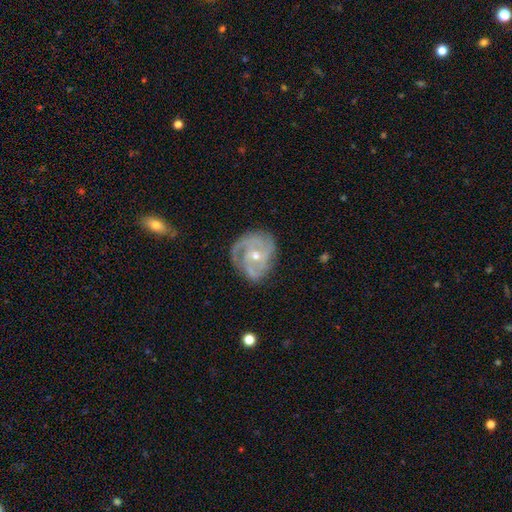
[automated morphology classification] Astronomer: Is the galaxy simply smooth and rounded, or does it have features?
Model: featured or disk — 87%.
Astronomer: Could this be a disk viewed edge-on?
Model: no — 97%.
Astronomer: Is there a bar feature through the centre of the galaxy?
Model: no — 62%.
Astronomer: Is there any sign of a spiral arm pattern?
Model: yes — 96%.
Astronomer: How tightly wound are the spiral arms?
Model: tight — 55% (runner-up: medium, 36%).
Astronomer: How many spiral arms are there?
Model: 3 — 44% (runner-up: 2, 23%).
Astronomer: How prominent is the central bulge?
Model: small — 51% (runner-up: moderate, 47%).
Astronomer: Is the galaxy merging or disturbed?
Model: none — 67%.